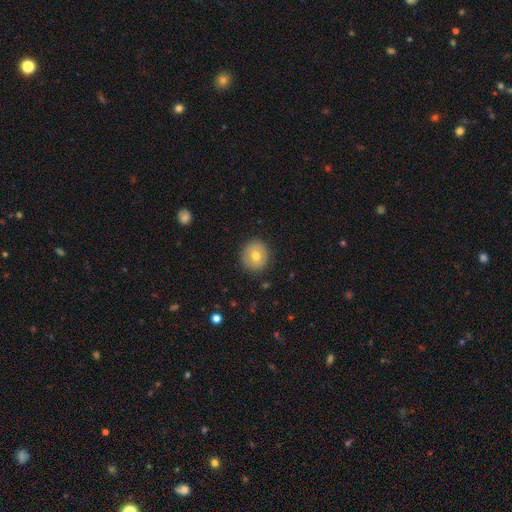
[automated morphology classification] A smooth galaxy with no disk features (70%) that is round (89%).

Vote fractions:
- Smooth or featured? smooth: 70% / featured or disk: 22% / star or artifact: 9%
- How rounded? round: 89% / in between: 10% / cigar-shaped: 1%
- Merging? none: 89% / minor disturbance: 8% / major disturbance: 2% / merger: 1%